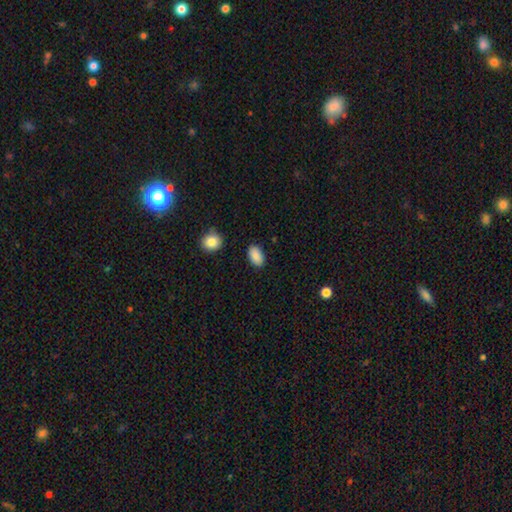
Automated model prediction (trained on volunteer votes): smooth-or-featured: smooth: 89% | star or artifact: 7% | featured or disk: 4%
  how-rounded: in between: 92% | round: 7% | cigar-shaped: 2%
  merging: none: 87% | minor disturbance: 9% | major disturbance: 2% | merger: 2%